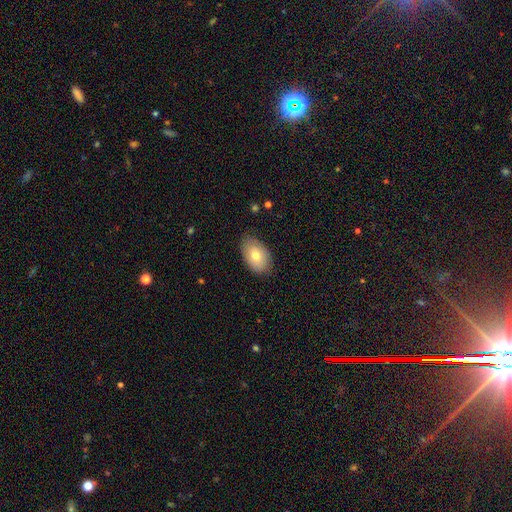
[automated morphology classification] smooth_or_featured: smooth (p=0.73) [alt: featured or disk p=0.19]
how_rounded: in between (p=0.90) [alt: round p=0.09]
merging: none (p=0.82) [alt: minor disturbance p=0.14]